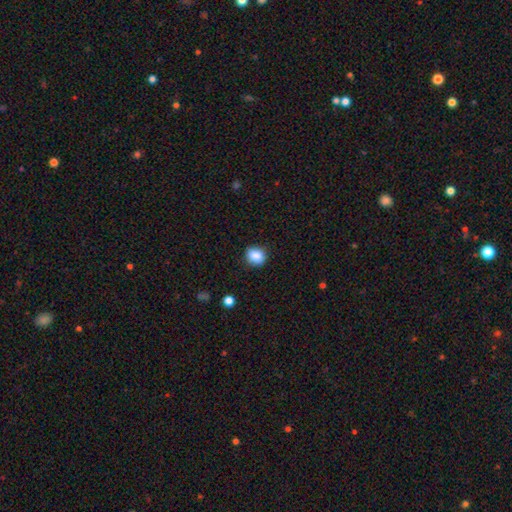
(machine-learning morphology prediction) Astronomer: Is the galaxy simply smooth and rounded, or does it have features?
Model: smooth — 86%.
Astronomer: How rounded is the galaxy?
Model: round — 66%.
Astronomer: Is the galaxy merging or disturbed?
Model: none — 84%.